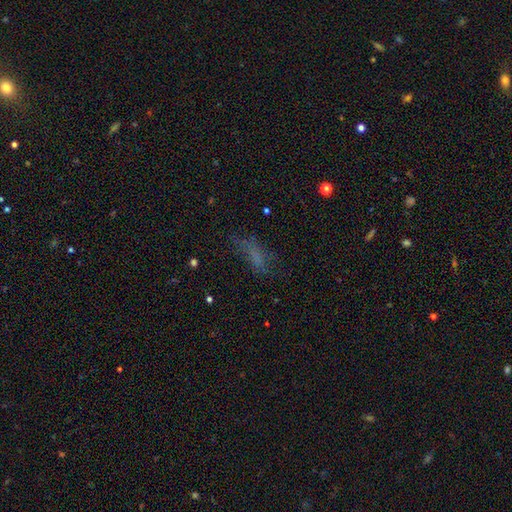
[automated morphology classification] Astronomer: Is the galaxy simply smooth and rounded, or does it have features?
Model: smooth — 52%.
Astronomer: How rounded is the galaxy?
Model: in between — 57% (runner-up: cigar-shaped, 38%).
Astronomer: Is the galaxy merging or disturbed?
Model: none — 46% (runner-up: major disturbance, 27%).